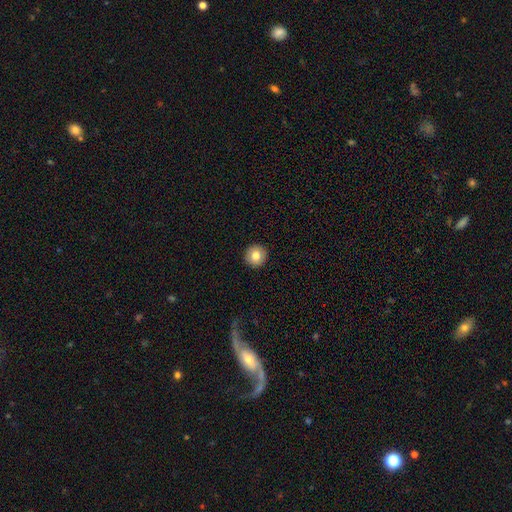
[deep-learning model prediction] Smooth or featured: smooth — 81% (featured or disk — 10%)
How rounded: round — 95% (in between — 4%)
Merging: none — 93% (minor disturbance — 5%)